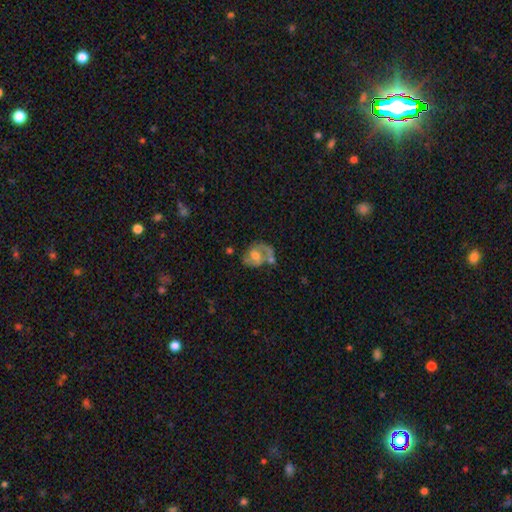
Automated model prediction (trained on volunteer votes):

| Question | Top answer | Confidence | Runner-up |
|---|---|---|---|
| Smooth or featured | featured or disk | 71% | smooth (22%) |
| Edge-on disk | no | 97% | yes (3%) |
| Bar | no | 52% | weak (38%) |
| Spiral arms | yes | 80% | no (20%) |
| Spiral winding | medium | 49% | loose (26%) |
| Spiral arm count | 2 | 69% | 1 (19%) |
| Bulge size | moderate | 60% | large (17%) |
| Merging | none | 43% | minor disturbance (20%) |